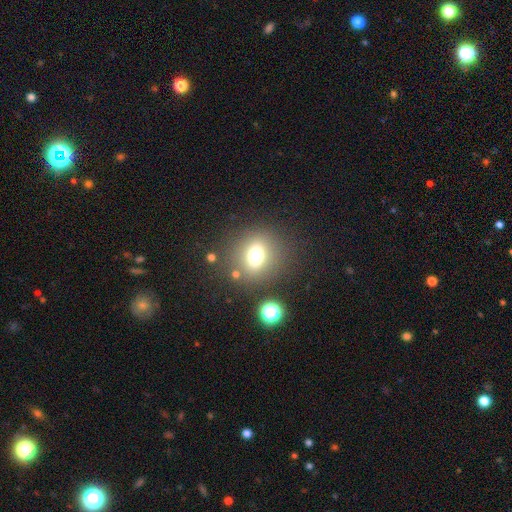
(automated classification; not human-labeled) smooth 71%, star or artifact 15%, featured or disk 14%. Down the decision tree: how rounded — round (65%); merging — none (79%).